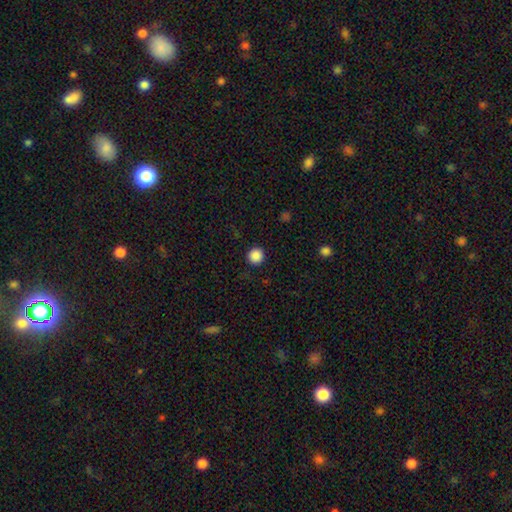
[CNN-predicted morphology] smooth-or-featured: smooth: 88% | star or artifact: 10% | featured or disk: 2%
  how-rounded: round: 96% | in between: 3% | cigar-shaped: 1%
  merging: none: 92% | minor disturbance: 5% | major disturbance: 2% | merger: 1%